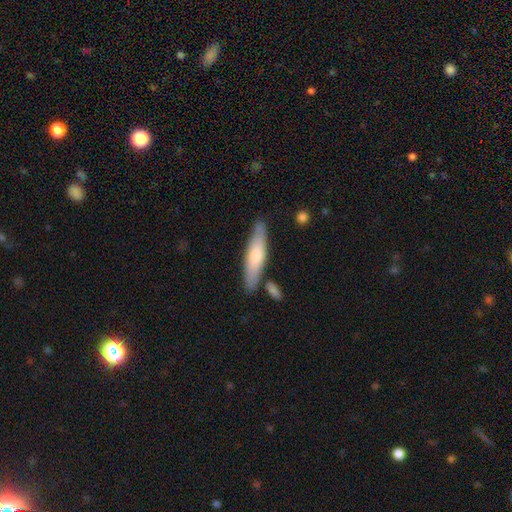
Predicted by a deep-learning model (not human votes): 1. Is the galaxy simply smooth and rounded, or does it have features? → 60% smooth, 35% featured or disk, 5% star or artifact.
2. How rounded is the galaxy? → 79% cigar-shaped, 19% in between, 1% round.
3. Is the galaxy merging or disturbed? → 80% none, 12% minor disturbance, 6% merger, 2% major disturbance.